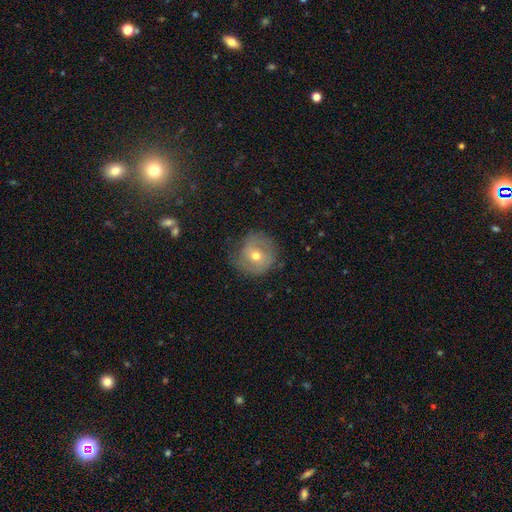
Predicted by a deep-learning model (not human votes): Smooth or featured: featured or disk — 48% (smooth — 44%)
Merging: none — 64% (minor disturbance — 24%)